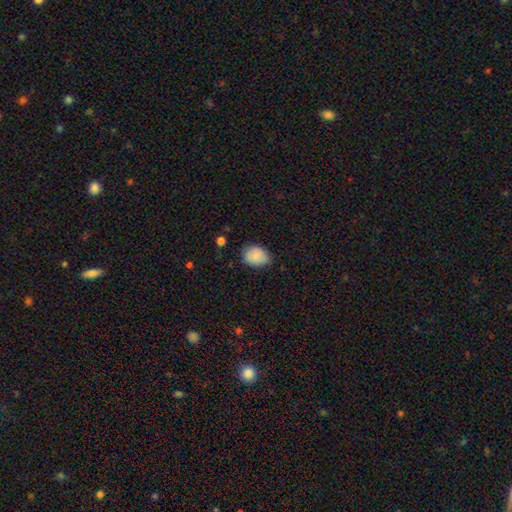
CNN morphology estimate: Overall: smooth (86%). How rounded: in between (71%). Merging: none (75%).